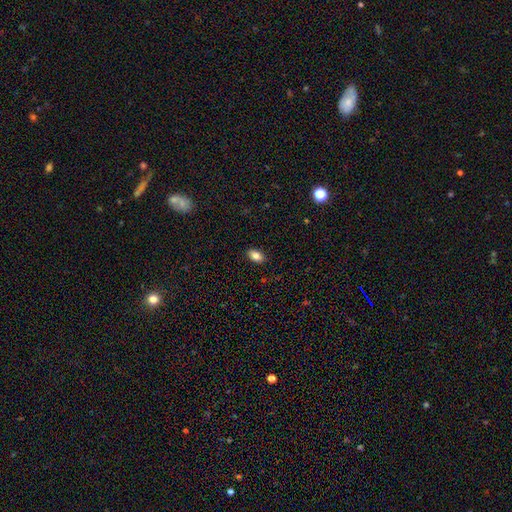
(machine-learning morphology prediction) Q: Smooth or featured?
A: smooth (84%); runner-up: star or artifact (8%)
Q: How rounded?
A: in between (90%); runner-up: round (8%)
Q: Merging?
A: none (89%); runner-up: minor disturbance (8%)